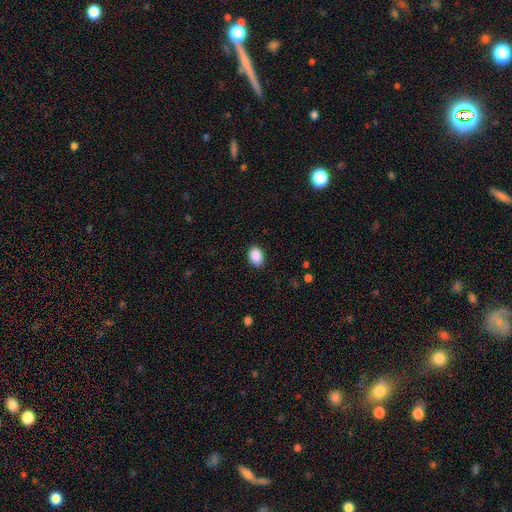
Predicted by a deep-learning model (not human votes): Smooth or featured?
  - smooth: 90% *
  - star or artifact: 7%
  - featured or disk: 3%
How rounded?
  - in between: 78% *
  - round: 21%
  - cigar-shaped: 1%
Merging?
  - none: 88% *
  - minor disturbance: 9%
  - major disturbance: 2%
  - merger: 1%